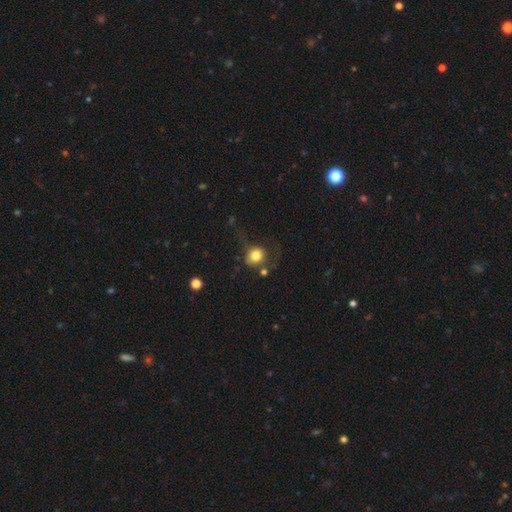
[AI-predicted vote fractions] smooth 77%, featured or disk 13%, star or artifact 10%. Down the decision tree: how rounded — round (81%); merging — none (46%).